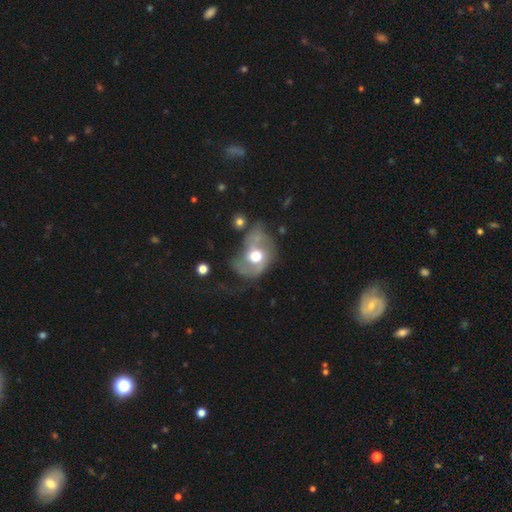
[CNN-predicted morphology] Smooth or featured: featured or disk — 67% (smooth — 25%)
Edge-on disk: no — 97% (yes — 3%)
Bar: no — 71% (weak — 23%)
Spiral arms: yes — 69% (no — 31%)
Bulge size: moderate — 54% (large — 39%)
Merging: major disturbance — 35% (none — 33%)